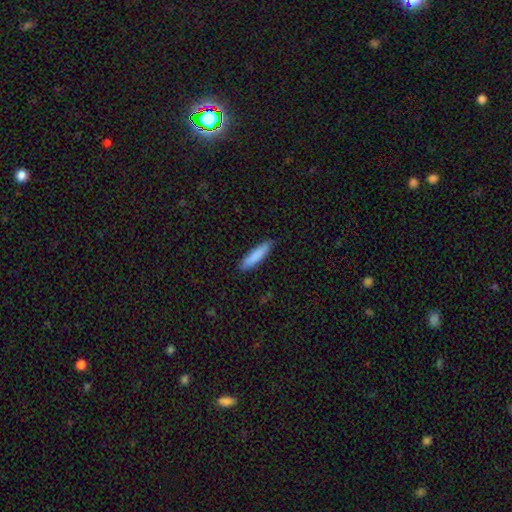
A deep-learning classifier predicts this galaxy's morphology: Smooth or featured? smooth (85%)
How rounded? cigar-shaped (81%)
Merging? none (87%)